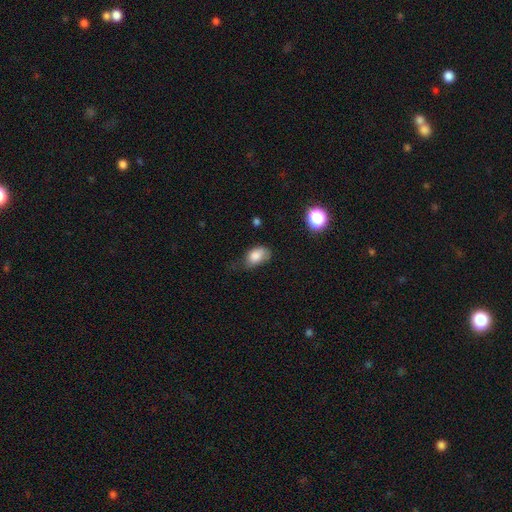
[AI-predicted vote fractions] A smooth galaxy with no disk features (83%) that is in between round and cigar-shaped (87%).

Vote fractions:
- Smooth or featured? smooth: 83% / star or artifact: 9% / featured or disk: 8%
- How rounded? in between: 87% / round: 12% / cigar-shaped: 2%
- Merging? minor disturbance: 40% / none: 39% / major disturbance: 18% / merger: 3%